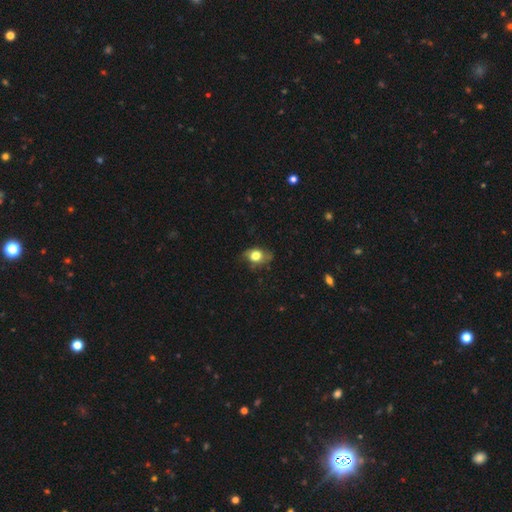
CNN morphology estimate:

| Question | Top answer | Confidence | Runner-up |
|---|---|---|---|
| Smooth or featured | smooth | 70% | featured or disk (21%) |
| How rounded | in between | 61% | round (37%) |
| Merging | none | 60% | minor disturbance (28%) |